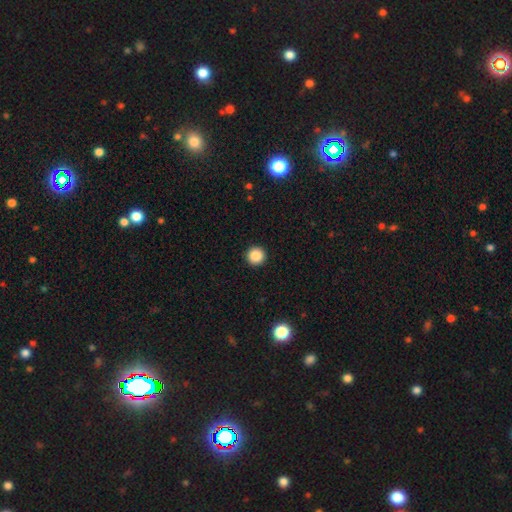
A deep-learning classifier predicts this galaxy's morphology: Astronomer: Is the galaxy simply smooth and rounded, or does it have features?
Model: smooth — 87%.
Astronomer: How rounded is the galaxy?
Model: round — 96%.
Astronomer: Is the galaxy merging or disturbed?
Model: none — 94%.